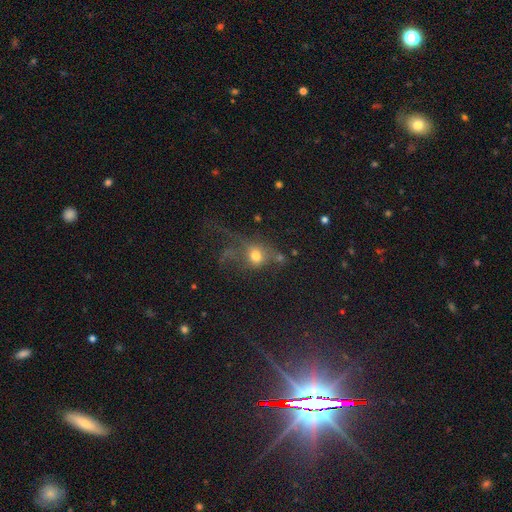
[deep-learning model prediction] smooth-or-featured: smooth: 58% | featured or disk: 24% | star or artifact: 18%
  how-rounded: round: 66% | in between: 32% | cigar-shaped: 3%
  merging: major disturbance: 43% | none: 33% | minor disturbance: 15% | merger: 9%